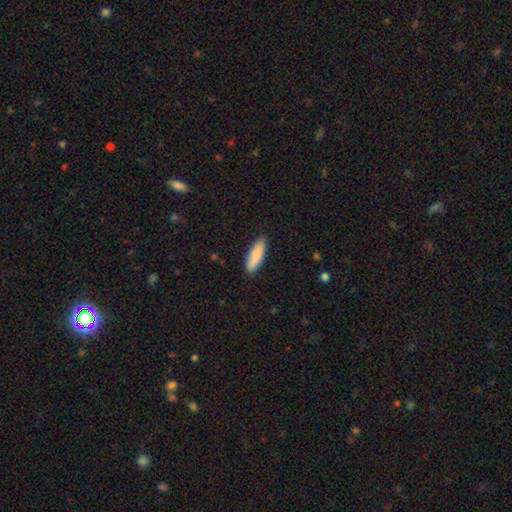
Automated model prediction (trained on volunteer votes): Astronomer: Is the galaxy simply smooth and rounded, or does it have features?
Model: smooth — 87%.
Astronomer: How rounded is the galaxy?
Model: cigar-shaped — 50% (runner-up: in between, 48%).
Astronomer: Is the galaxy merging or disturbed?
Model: none — 86%.